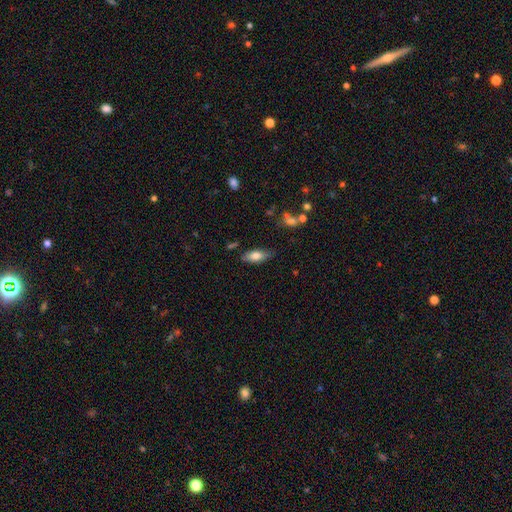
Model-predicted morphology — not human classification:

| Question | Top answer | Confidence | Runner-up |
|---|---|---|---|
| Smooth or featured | smooth | 73% | featured or disk (19%) |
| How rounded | in between | 79% | cigar-shaped (19%) |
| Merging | none | 77% | minor disturbance (17%) |